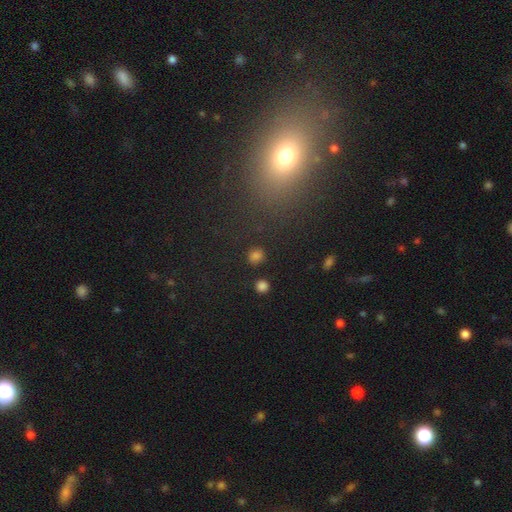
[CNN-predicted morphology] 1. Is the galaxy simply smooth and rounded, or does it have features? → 72% smooth, 23% star or artifact, 5% featured or disk.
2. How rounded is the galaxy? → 82% round, 16% in between, 1% cigar-shaped.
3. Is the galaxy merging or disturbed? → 86% none, 7% minor disturbance, 3% merger, 3% major disturbance.